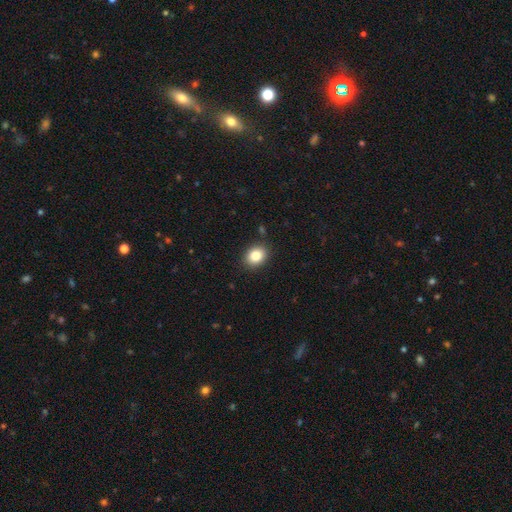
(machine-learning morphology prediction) This is clearly a smooth galaxy (84%). How rounded: possibly in between (55%). Merging: clearly none (87%).